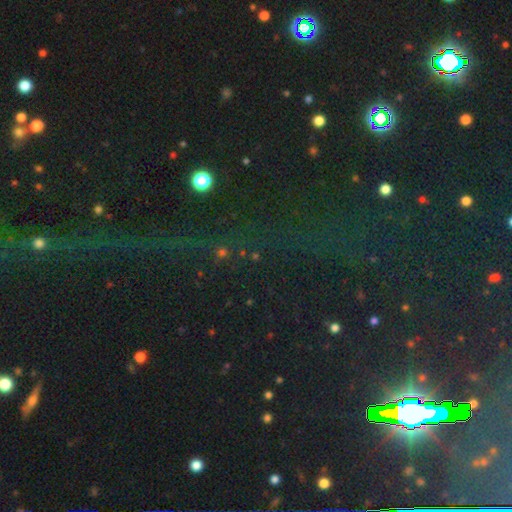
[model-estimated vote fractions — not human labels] Smooth or featured? Predicted: star or artifact (p=0.64).